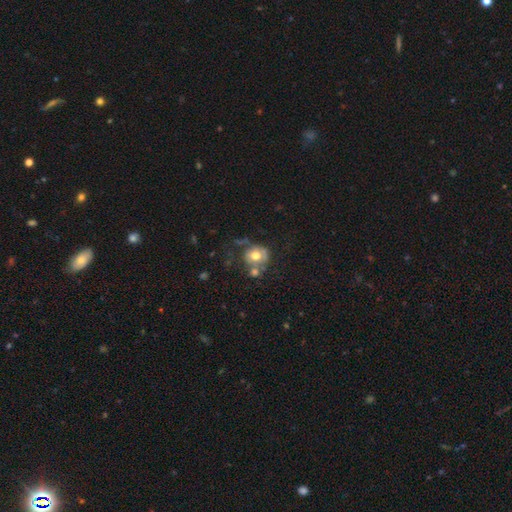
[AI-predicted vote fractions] Smooth or featured? Predicted: smooth (p=0.57). How rounded? Predicted: round (p=0.78). Merging? Predicted: none (p=0.37).